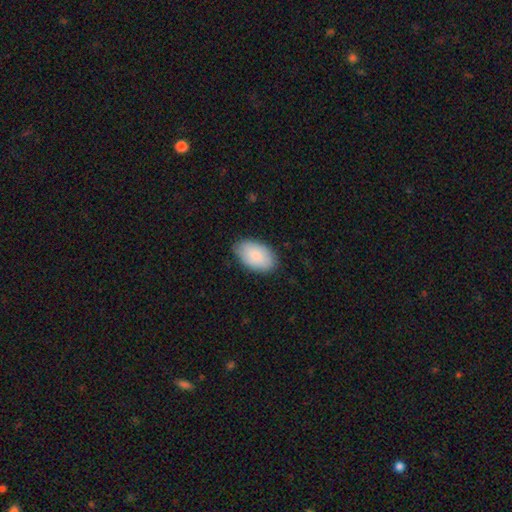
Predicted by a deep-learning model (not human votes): Smooth or featured? smooth (87%)
How rounded? in between (95%)
Merging? none (83%)